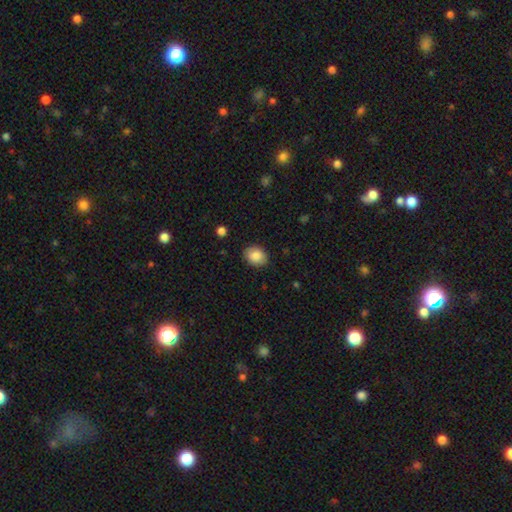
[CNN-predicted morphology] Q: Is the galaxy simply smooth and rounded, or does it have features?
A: smooth — 85%.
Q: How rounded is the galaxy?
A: in between — 60%.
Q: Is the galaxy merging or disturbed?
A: none — 86%.